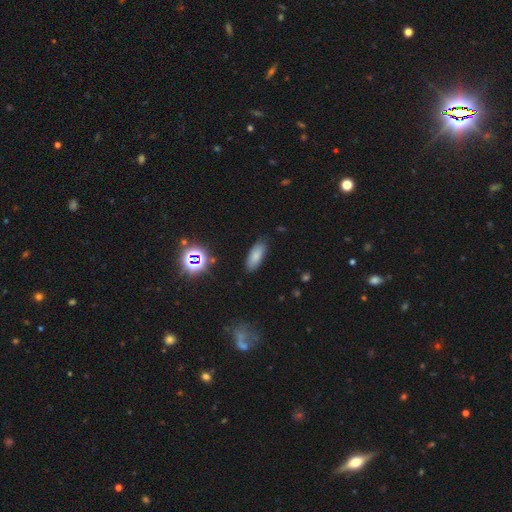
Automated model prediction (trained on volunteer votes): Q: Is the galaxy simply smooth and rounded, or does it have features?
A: smooth — 78%.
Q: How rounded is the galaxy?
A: in between — 74%.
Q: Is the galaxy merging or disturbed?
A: none — 84%.